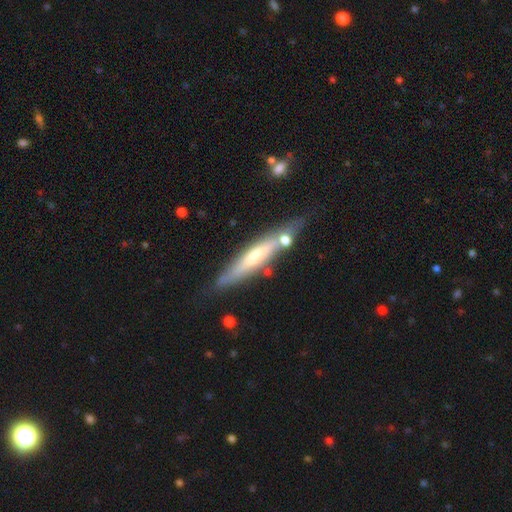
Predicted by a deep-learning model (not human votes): Smooth or featured?
  - featured or disk: 51% *
  - smooth: 43%
  - star or artifact: 6%
Edge-on disk?
  - yes: 85% *
  - no: 15%
Merging?
  - none: 71% *
  - minor disturbance: 15%
  - merger: 10%
  - major disturbance: 4%